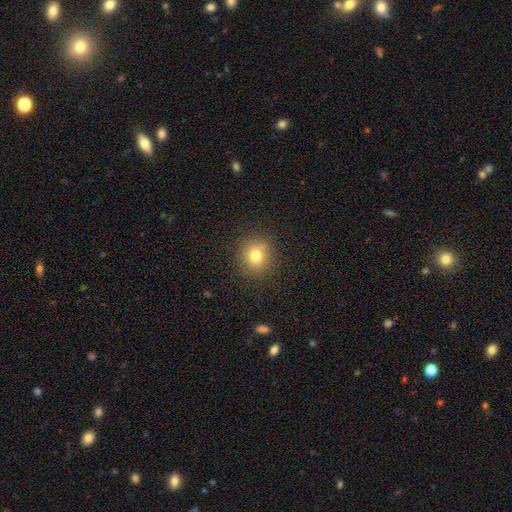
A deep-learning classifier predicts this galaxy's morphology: Smooth or featured? smooth (75%)
How rounded? round (85%)
Merging? none (83%)